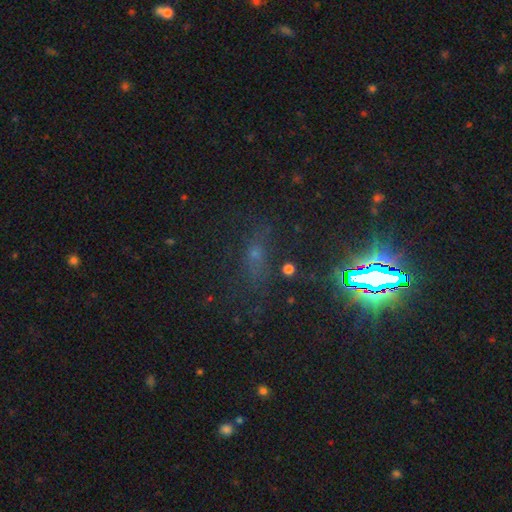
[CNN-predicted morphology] Overall: star or artifact (54%; smooth 28%).